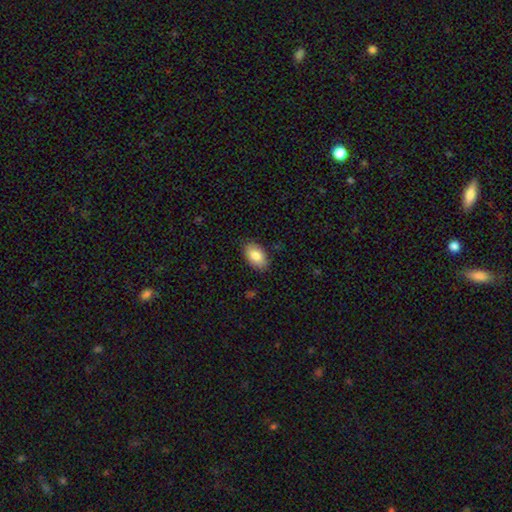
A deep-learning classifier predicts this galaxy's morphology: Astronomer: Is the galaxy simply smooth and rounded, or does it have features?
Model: smooth — 84%.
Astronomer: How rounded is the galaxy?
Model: in between — 94%.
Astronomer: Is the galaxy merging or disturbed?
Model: none — 86%.